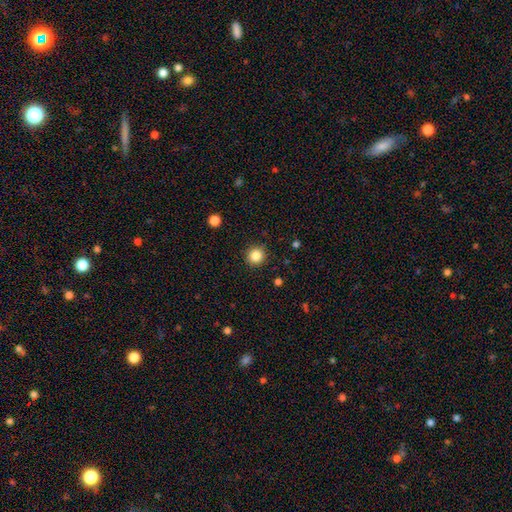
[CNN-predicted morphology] smooth 85%, star or artifact 11%, featured or disk 4%. Down the decision tree: how rounded — round (95%); merging — none (91%).